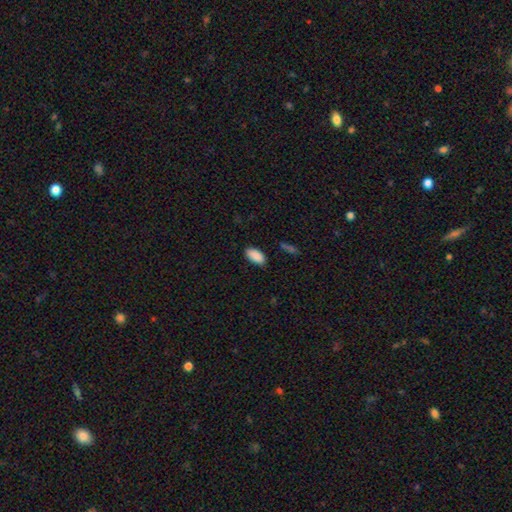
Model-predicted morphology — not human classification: type=smooth (89%); roundness=in between (94%); merging=none (84%).